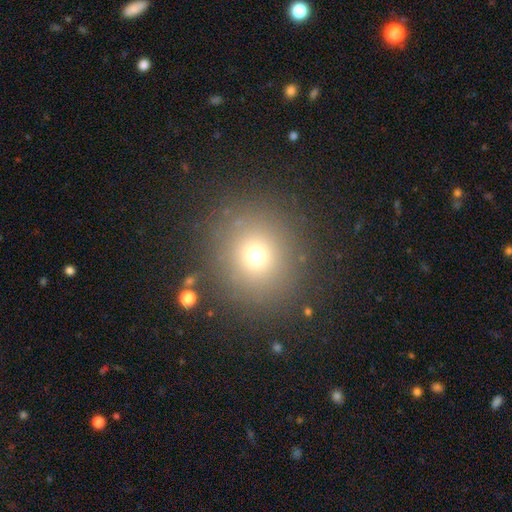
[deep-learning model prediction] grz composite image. It shows a smooth galaxy with no disk features (69%) that is round (89%). Merging: none (86%).